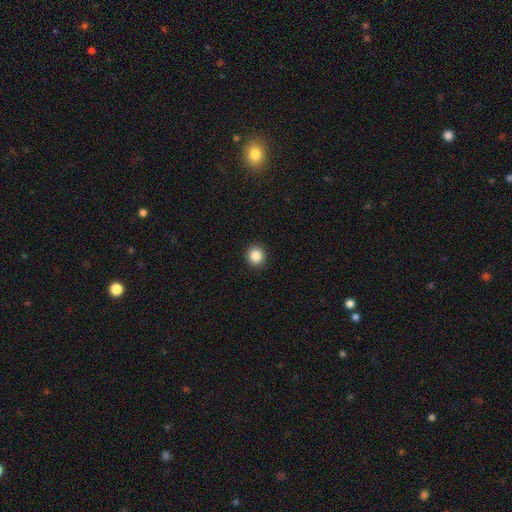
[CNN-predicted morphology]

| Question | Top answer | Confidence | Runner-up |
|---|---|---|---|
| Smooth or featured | smooth | 86% | star or artifact (10%) |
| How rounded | round | 91% | in between (8%) |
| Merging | none | 93% | minor disturbance (5%) |